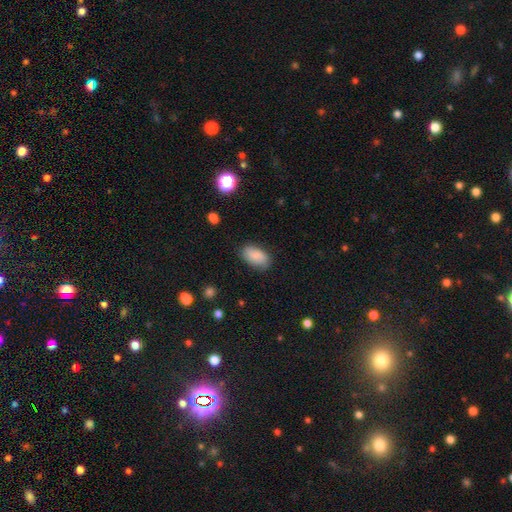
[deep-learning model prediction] Smooth or featured: smooth — 87% (star or artifact — 7%)
How rounded: in between — 94% (round — 4%)
Merging: none — 84% (minor disturbance — 12%)